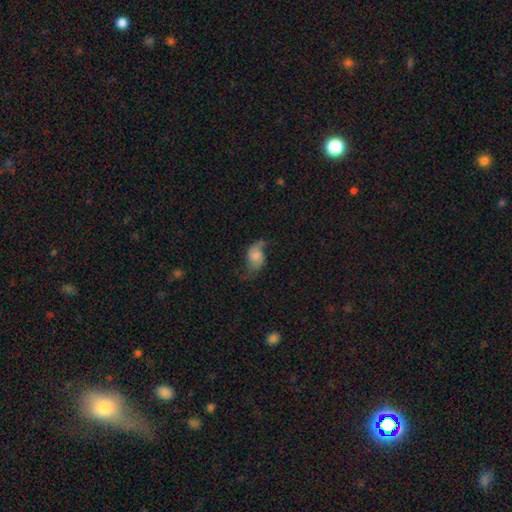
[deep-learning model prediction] smooth_or_featured: featured or disk (p=0.55) [alt: smooth p=0.36]
disk_edge_on: no (p=0.96) [alt: yes p=0.04]
bar: no (p=0.61) [alt: weak p=0.32]
has_spiral_arms: yes (p=0.88) [alt: no p=0.12]
bulge_size: none (p=0.28) [alt: small p=0.26]
merging: none (p=0.49) [alt: minor disturbance p=0.27]